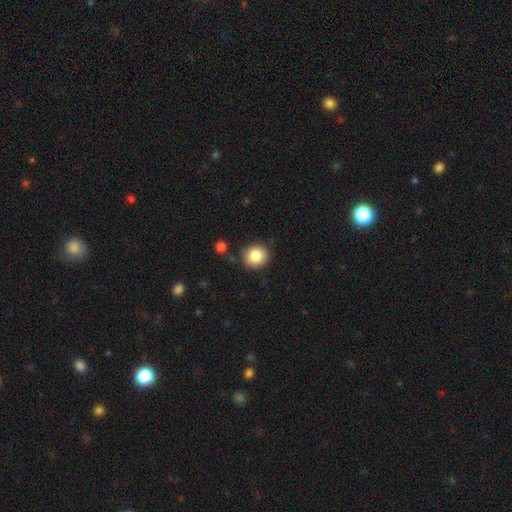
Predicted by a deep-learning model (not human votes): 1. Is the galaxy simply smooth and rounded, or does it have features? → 84% smooth, 9% star or artifact, 7% featured or disk.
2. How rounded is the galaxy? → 90% round, 9% in between, 1% cigar-shaped.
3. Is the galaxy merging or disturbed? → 88% none, 8% minor disturbance, 2% merger, 2% major disturbance.